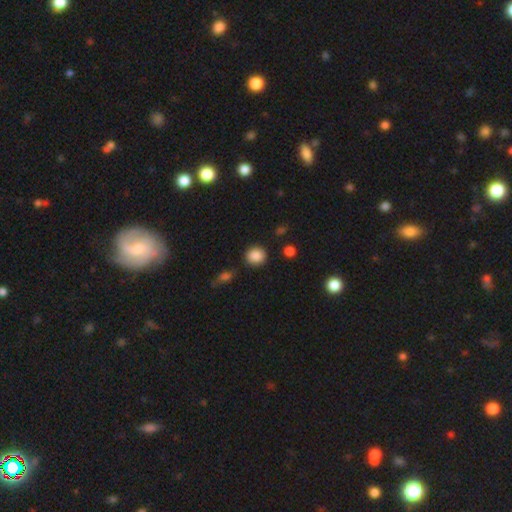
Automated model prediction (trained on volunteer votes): smooth-or-featured: smooth: 87% | star or artifact: 9% | featured or disk: 4%
  how-rounded: round: 83% | in between: 16% | cigar-shaped: 1%
  merging: none: 86% | minor disturbance: 9% | major disturbance: 3% | merger: 3%